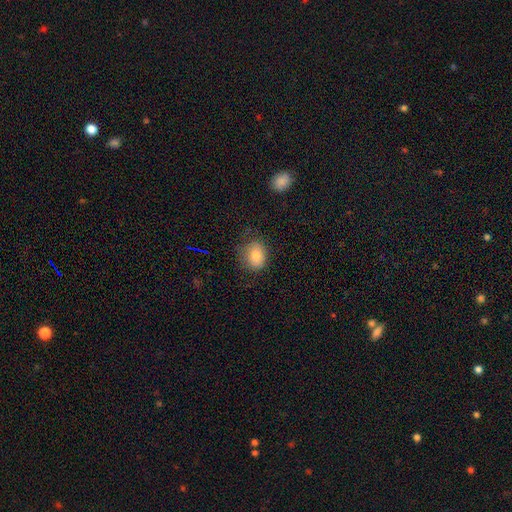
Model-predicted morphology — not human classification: This is clearly a smooth galaxy (80%). How rounded: possibly round (51%). Merging: likely none (66%).